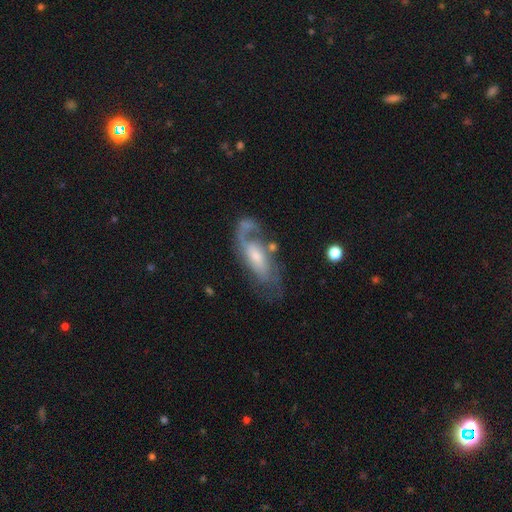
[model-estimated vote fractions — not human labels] Smooth or featured: featured or disk — 75% (smooth — 18%)
Edge-on disk: no — 89% (yes — 11%)
Bar: no — 52% (weak — 36%)
Spiral arms: yes — 87% (no — 13%)
Spiral winding: medium — 42% (tight — 29%)
Spiral arm count: 1 — 41% (2 — 36%)
Bulge size: small — 46% (moderate — 41%)
Merging: none — 50% (major disturbance — 23%)